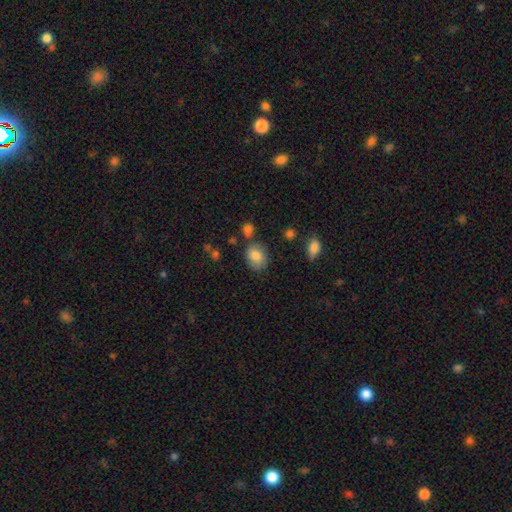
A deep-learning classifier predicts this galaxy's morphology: Smooth or featured? smooth (82%)
How rounded? round (50%)
Merging? none (71%)